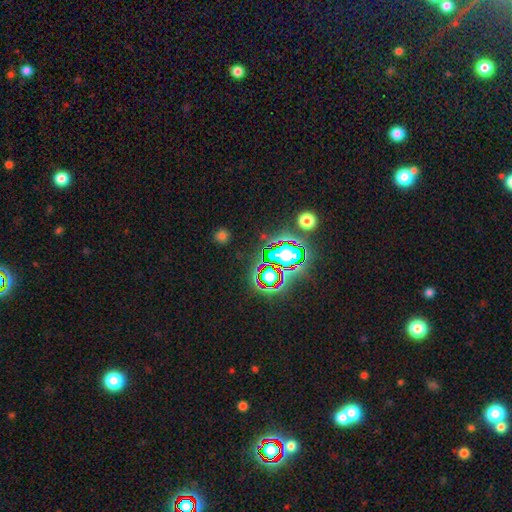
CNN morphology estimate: Smooth or featured: star or artifact — 81% (smooth — 11%)